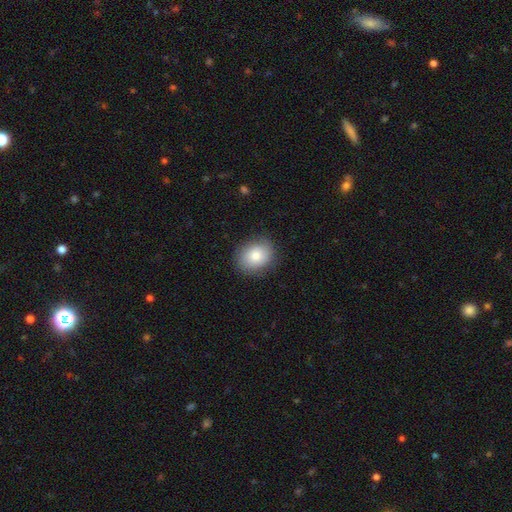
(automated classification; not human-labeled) Morphology: type=smooth (79%); roundness=round (60%); merging=none (84%).